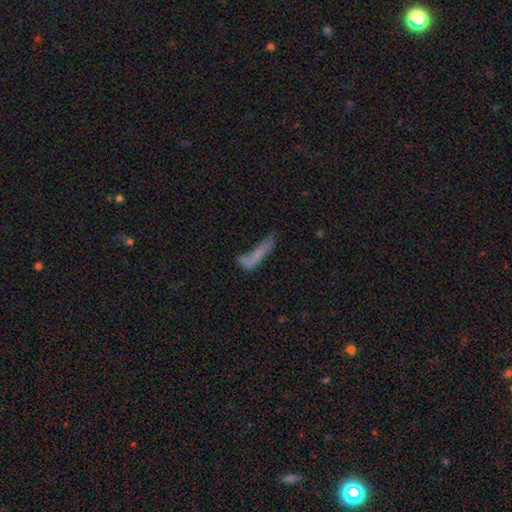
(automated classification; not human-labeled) This is likely a smooth galaxy (60%). How rounded: likely cigar-shaped (75%). Merging: marginally none (38%).